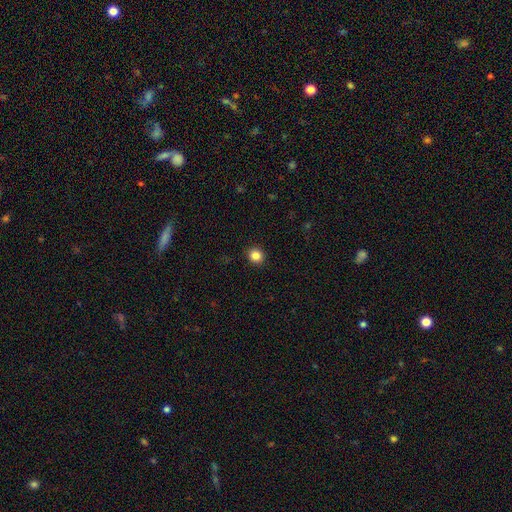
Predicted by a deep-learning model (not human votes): This appears to be a smooth galaxy with no disk features (84%) that is round (85%). Merging: none (92%).